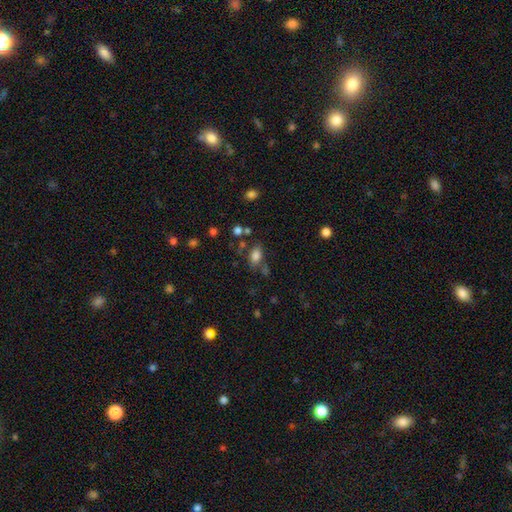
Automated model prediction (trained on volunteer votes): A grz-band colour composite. It shows a smooth galaxy with no disk features (81%) that is in between round and cigar-shaped (86%). Merging: none (67%).